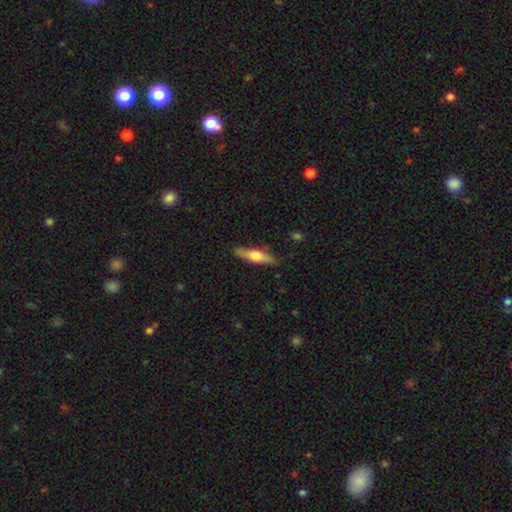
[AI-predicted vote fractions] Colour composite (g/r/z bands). It shows a smooth galaxy with no disk features (48%). Merging: none (85%).